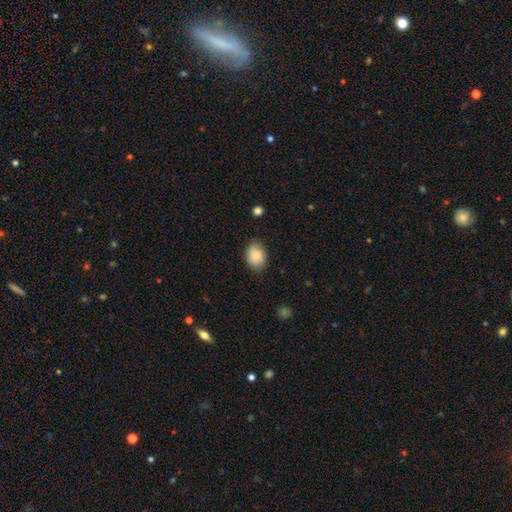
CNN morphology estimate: Q: Smooth or featured?
A: smooth (83%); runner-up: featured or disk (10%)
Q: How rounded?
A: in between (63%); runner-up: round (36%)
Q: Merging?
A: none (77%); runner-up: minor disturbance (18%)